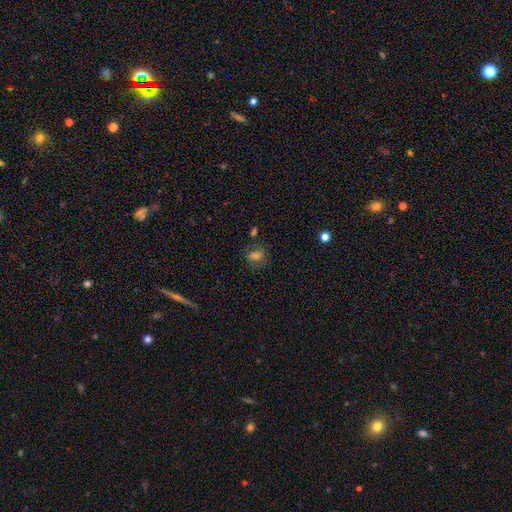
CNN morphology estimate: Smooth or featured: smooth — 51% (featured or disk — 32%)
How rounded: in between — 53% (round — 44%)
Merging: none — 68% (minor disturbance — 17%)